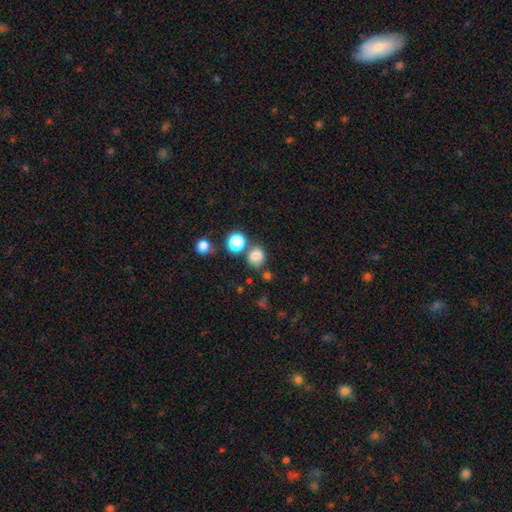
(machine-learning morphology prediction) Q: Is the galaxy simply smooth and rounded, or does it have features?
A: smooth — 78%.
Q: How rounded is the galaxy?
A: round — 71%.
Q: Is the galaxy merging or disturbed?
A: none — 63%.